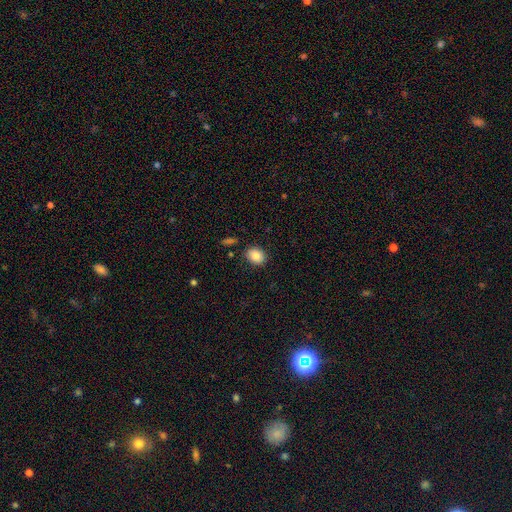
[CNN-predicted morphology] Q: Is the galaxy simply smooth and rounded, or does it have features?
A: smooth — 85%.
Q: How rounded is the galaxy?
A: round — 50%.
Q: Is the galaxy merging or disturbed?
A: none — 86%.